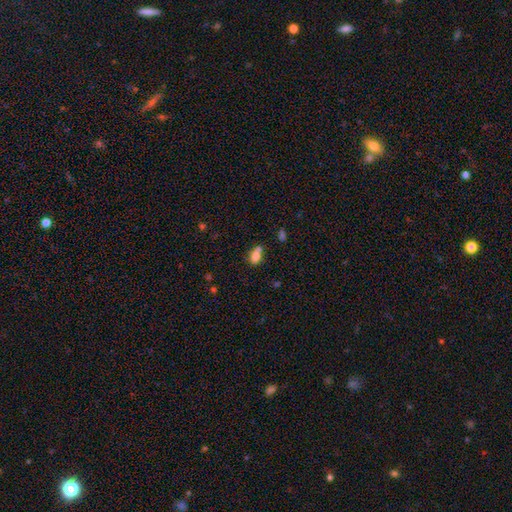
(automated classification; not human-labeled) smooth-or-featured: smooth: 77% | featured or disk: 12% | star or artifact: 10%
  how-rounded: in between: 79% | round: 17% | cigar-shaped: 4%
  merging: none: 42% | merger: 32% | minor disturbance: 19% | major disturbance: 7%